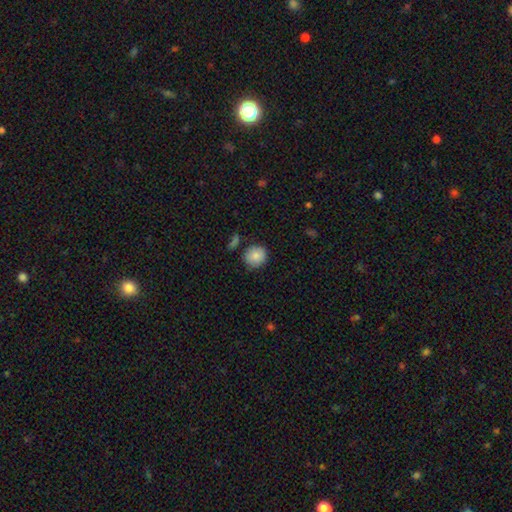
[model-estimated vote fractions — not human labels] A smooth galaxy with no disk features (85%) that is round (84%). Merging: none (79%).